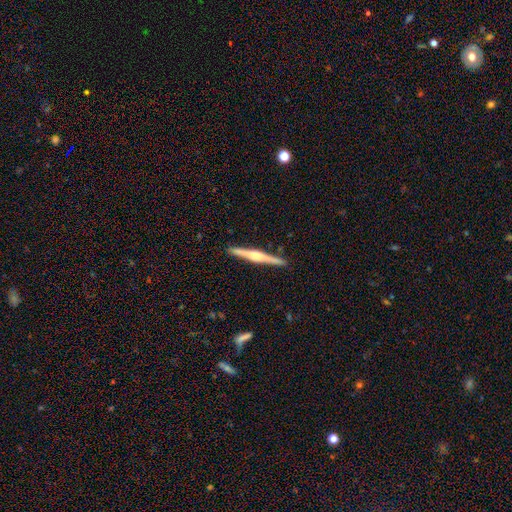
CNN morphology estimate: Smooth or featured: featured or disk — 76% (smooth — 19%)
Edge-on disk: yes — 98% (no — 2%)
Edge-on bulge: rounded — 78% (boxy — 15%)
Merging: none — 91% (minor disturbance — 6%)